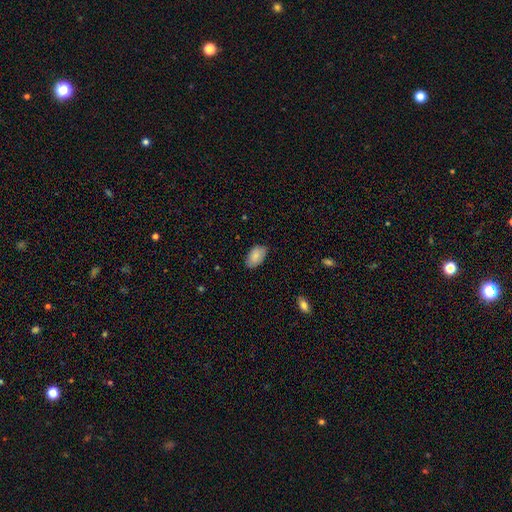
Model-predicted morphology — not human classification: Smooth or featured: smooth — 85% (featured or disk — 9%)
How rounded: in between — 94% (round — 5%)
Merging: none — 83% (minor disturbance — 14%)